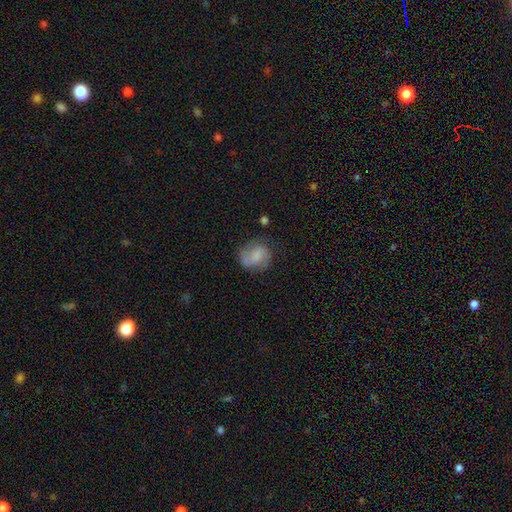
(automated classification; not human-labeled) smooth_or_featured: featured or disk (p=0.48) [alt: smooth p=0.44]
merging: none (p=0.63) [alt: minor disturbance p=0.23]